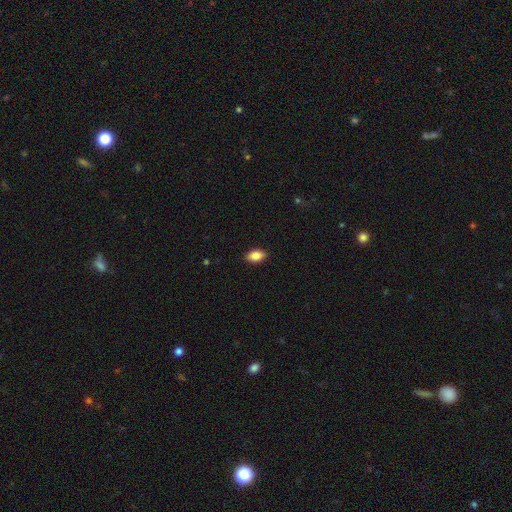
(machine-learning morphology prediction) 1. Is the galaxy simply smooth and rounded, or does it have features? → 87% smooth, 8% star or artifact, 6% featured or disk.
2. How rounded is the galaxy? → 91% in between, 6% round, 3% cigar-shaped.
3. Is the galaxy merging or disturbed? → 89% none, 8% minor disturbance, 2% major disturbance, 1% merger.